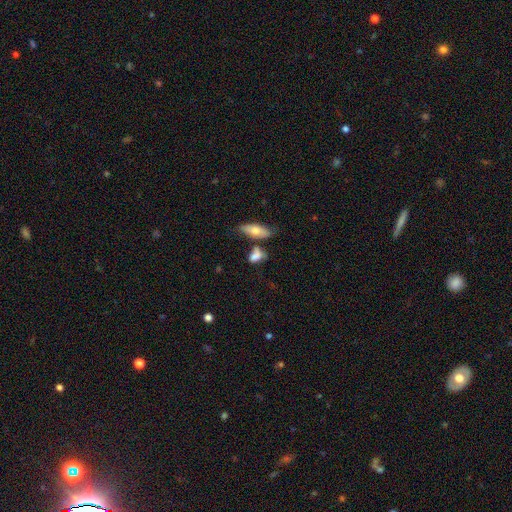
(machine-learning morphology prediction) Overall: smooth (75%). How rounded: in between (76%). Merging: none (42%; merger 30%).